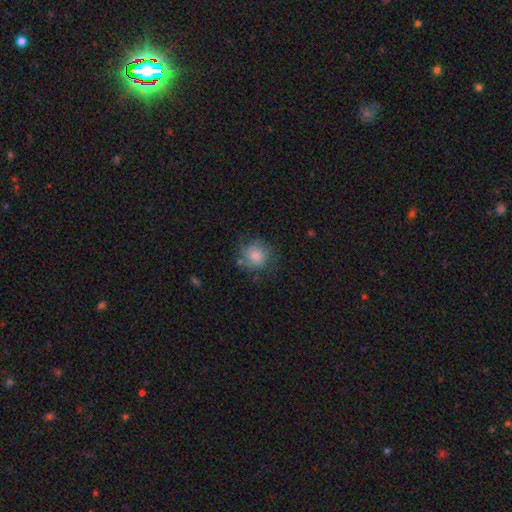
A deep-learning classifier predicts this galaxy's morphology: The model was most divided on "merging": none: 60%, minor disturbance: 24%, major disturbance: 13%, merger: 3%. More confident: how rounded — round (83%); smooth or featured — smooth (70%).